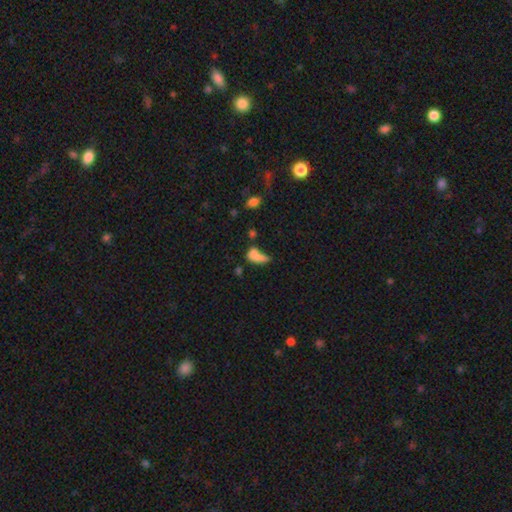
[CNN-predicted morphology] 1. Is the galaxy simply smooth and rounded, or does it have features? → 72% smooth, 16% featured or disk, 12% star or artifact.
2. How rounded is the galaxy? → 74% in between, 18% cigar-shaped, 8% round.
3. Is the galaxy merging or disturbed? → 29% merger, 25% none, 25% major disturbance, 20% minor disturbance.